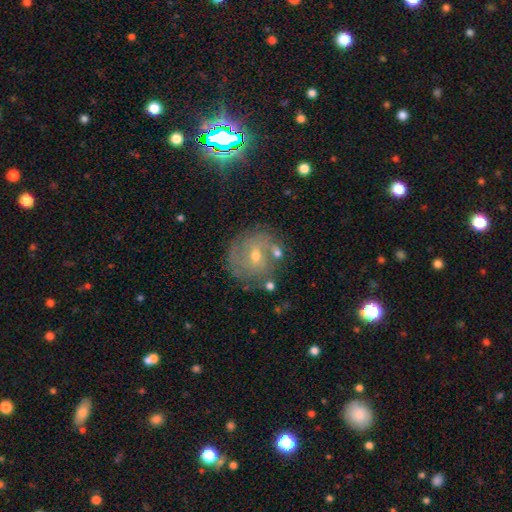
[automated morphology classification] A featured or disk galaxy (63%) with no bar (56%), spiral arms (78%) and a small central bulge (49%).

Vote fractions:
- Smooth or featured? featured or disk: 63% / smooth: 23% / star or artifact: 15%
- Edge-on disk? no: 96% / yes: 4%
- Bar? no: 56% / weak: 36% / strong: 8%
- Spiral arms? yes: 78% / no: 22%
- Bulge size? small: 49% / moderate: 47% / large: 1% / none: 1% / dominant: 1%
- Merging? none: 71% / minor disturbance: 15% / merger: 7% / major disturbance: 7%